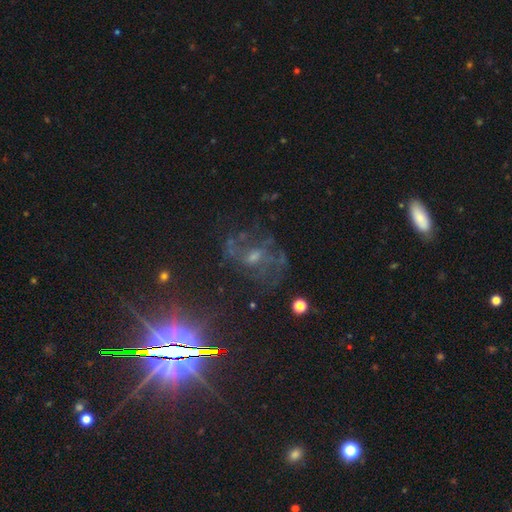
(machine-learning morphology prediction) smooth_or_featured: featured or disk (p=0.52) [alt: star or artifact p=0.37]
disk_edge_on: no (p=0.91) [alt: yes p=0.09]
merging: none (p=0.64) [alt: major disturbance p=0.17]